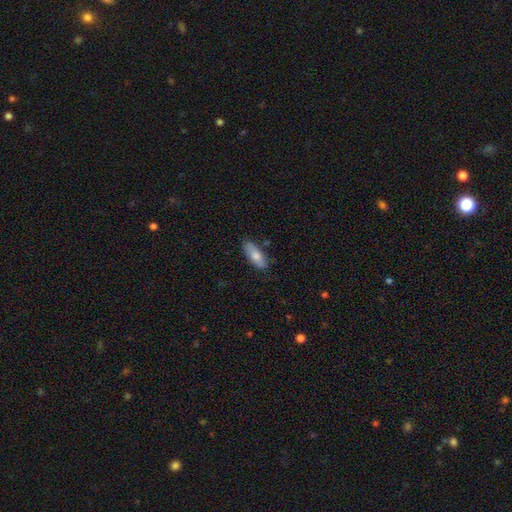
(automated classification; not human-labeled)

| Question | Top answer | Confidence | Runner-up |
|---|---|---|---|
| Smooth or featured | smooth | 77% | featured or disk (17%) |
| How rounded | in between | 73% | cigar-shaped (24%) |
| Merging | none | 79% | minor disturbance (16%) |